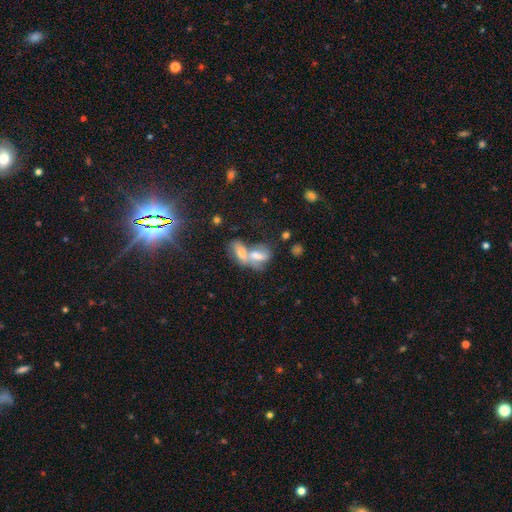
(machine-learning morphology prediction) This appears to be a smooth galaxy with no disk features (48%). Merging: merger (72%).